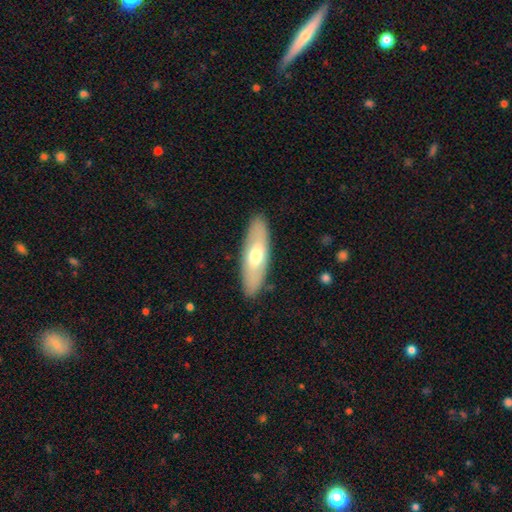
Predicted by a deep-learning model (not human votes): This appears to be a smooth galaxy with no disk features (57%) that is in between round and cigar-shaped (58%). Merging: none (88%).